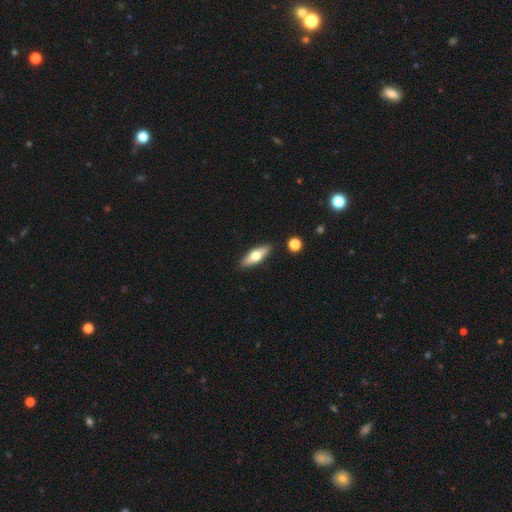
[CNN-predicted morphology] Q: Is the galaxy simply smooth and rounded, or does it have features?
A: smooth — 51%.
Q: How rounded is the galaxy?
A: in between — 51%.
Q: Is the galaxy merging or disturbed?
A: none — 88%.